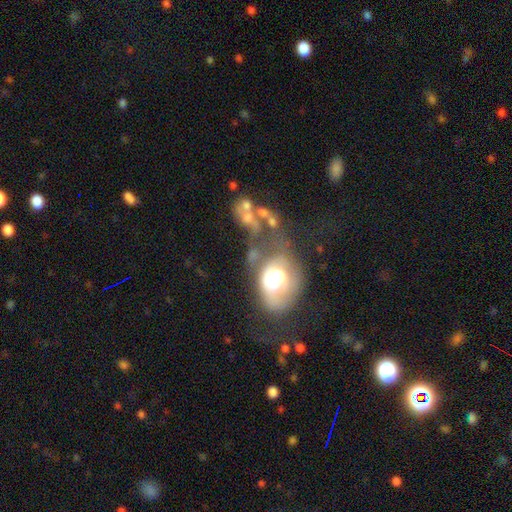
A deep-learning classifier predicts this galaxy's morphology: Smooth or featured: featured or disk — 47% (smooth — 42%)
Merging: major disturbance — 38% (merger — 25%)